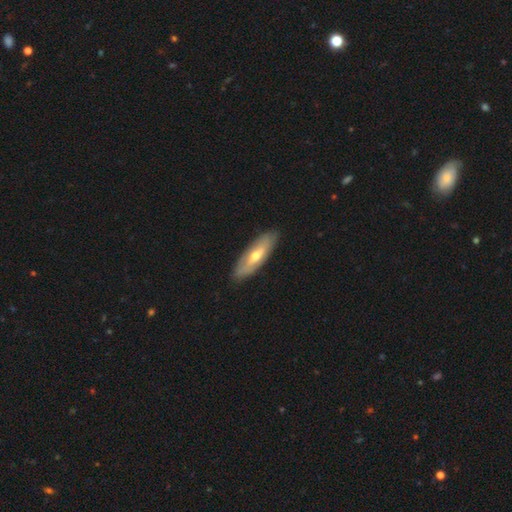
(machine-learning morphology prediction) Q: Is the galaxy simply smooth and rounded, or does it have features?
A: featured or disk — 48%.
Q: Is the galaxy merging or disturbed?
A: none — 87%.